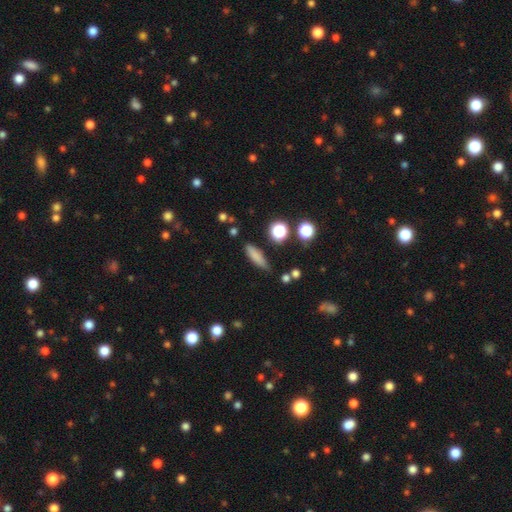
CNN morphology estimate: This is likely a smooth galaxy (79%). How rounded: likely cigar-shaped (61%). Merging: likely none (77%).